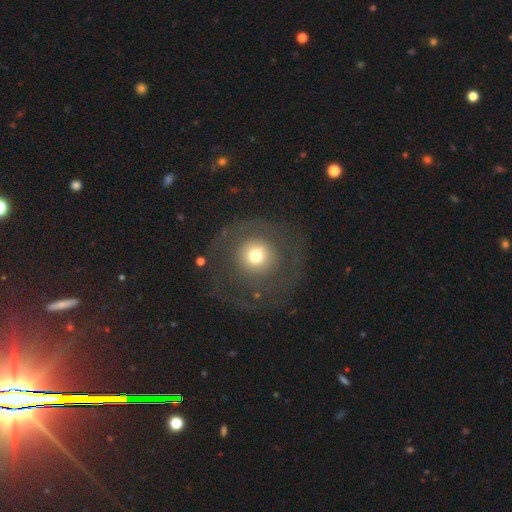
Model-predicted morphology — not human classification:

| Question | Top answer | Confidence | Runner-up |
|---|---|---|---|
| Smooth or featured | smooth | 47% | featured or disk (42%) |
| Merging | none | 67% | major disturbance (19%) |